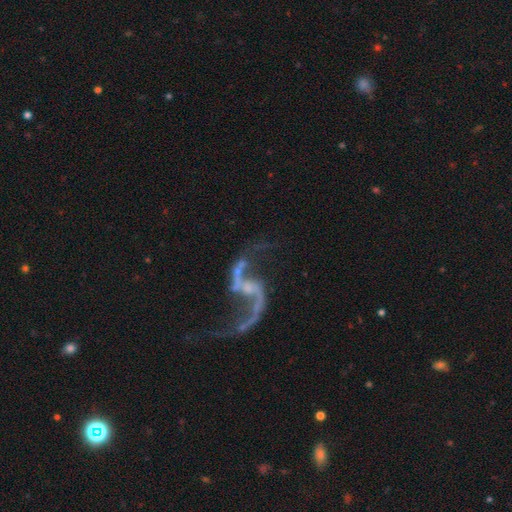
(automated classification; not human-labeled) Smooth or featured? featured or disk (91%)
Edge-on disk? no (97%)
Bar? weak (43%)
Spiral arms? yes (97%)
Spiral winding? loose (87%)
Spiral arm count? 2 (93%)
Bulge size? small (56%)
Merging? none (64%)